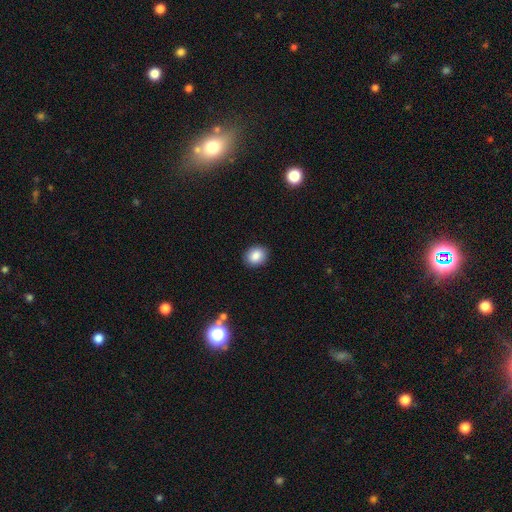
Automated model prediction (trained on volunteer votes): smooth-or-featured: smooth: 86% | star or artifact: 9% | featured or disk: 5%
  how-rounded: round: 54% | in between: 45% | cigar-shaped: 1%
  merging: none: 89% | minor disturbance: 8% | major disturbance: 2% | merger: 1%